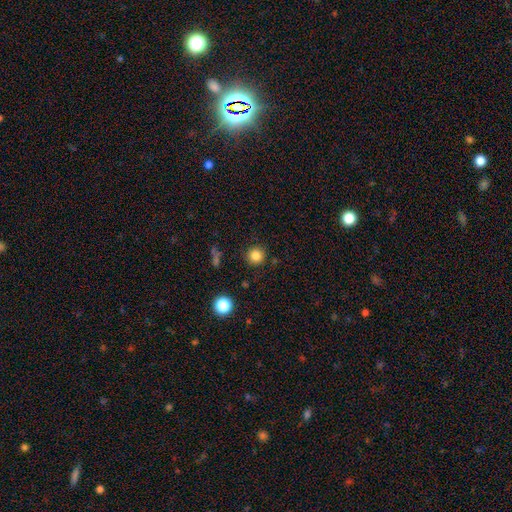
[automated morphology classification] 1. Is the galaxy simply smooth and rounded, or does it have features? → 82% smooth, 12% star or artifact, 5% featured or disk.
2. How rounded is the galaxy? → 94% round, 5% in between, 1% cigar-shaped.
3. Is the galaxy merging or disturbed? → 89% none, 7% minor disturbance, 2% major disturbance, 2% merger.